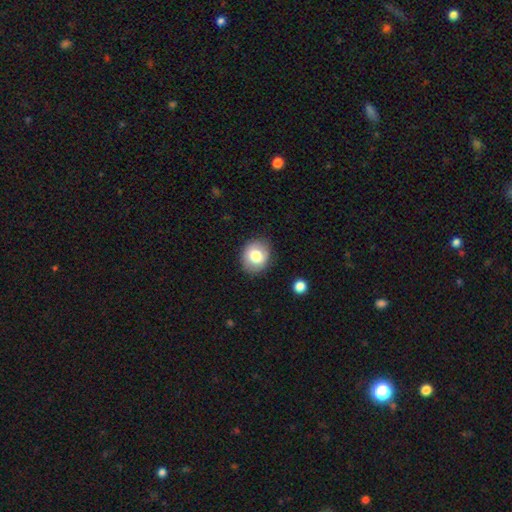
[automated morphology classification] type=smooth (77%); roundness=round (65%); merging=none (86%).